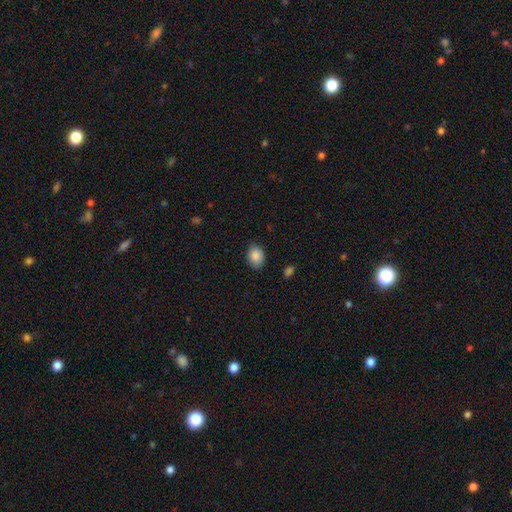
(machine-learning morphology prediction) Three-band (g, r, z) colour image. It shows a smooth galaxy with no disk features (88%) that is in between round and cigar-shaped (74%). Merging: none (84%).